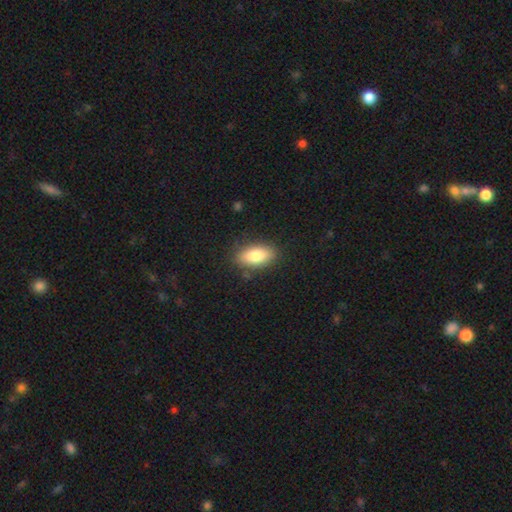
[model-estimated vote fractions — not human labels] Smooth or featured?
  - smooth: 81% *
  - featured or disk: 12%
  - star or artifact: 7%
How rounded?
  - in between: 88% *
  - cigar-shaped: 8%
  - round: 4%
Merging?
  - none: 85% *
  - minor disturbance: 11%
  - major disturbance: 3%
  - merger: 2%